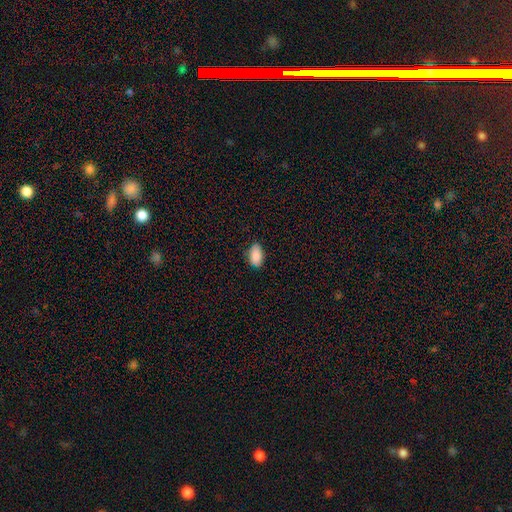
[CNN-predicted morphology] smooth_or_featured: smooth (p=0.89) [alt: star or artifact p=0.07]
how_rounded: in between (p=0.93) [alt: round p=0.05]
merging: none (p=0.80) [alt: minor disturbance p=0.16]